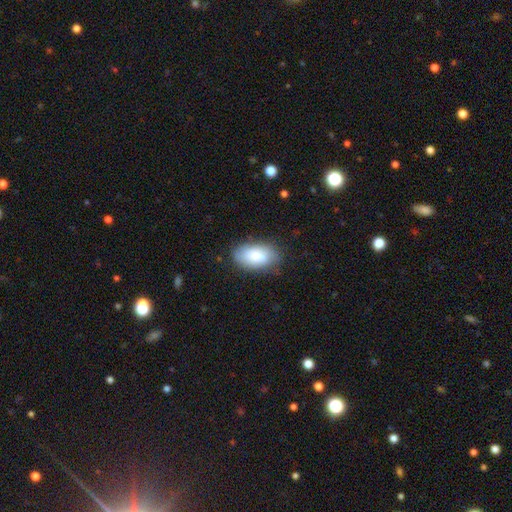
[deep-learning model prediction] Smooth or featured? smooth (80%)
How rounded? in between (94%)
Merging? none (77%)